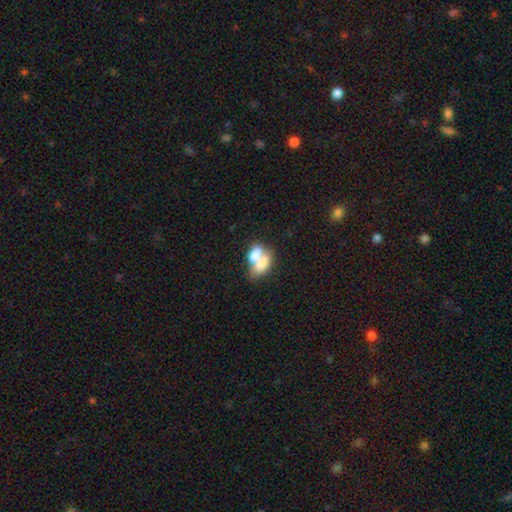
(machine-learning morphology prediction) smooth_or_featured: smooth (p=0.70) [alt: featured or disk p=0.21]
how_rounded: in between (p=0.85) [alt: round p=0.10]
merging: merger (p=0.70) [alt: none p=0.18]